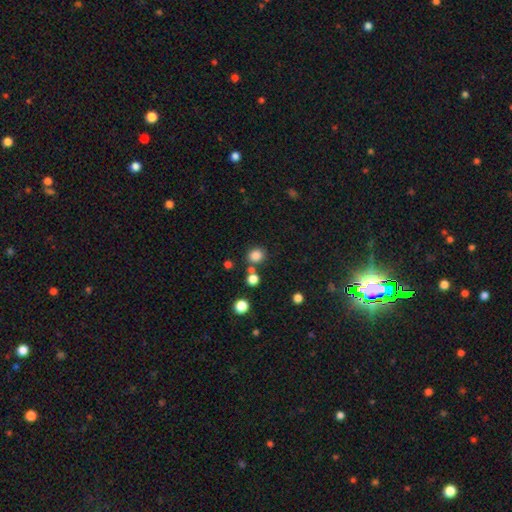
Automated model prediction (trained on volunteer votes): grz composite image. It shows a smooth galaxy with no disk features (82%) that is round (78%). Merging: none (76%).